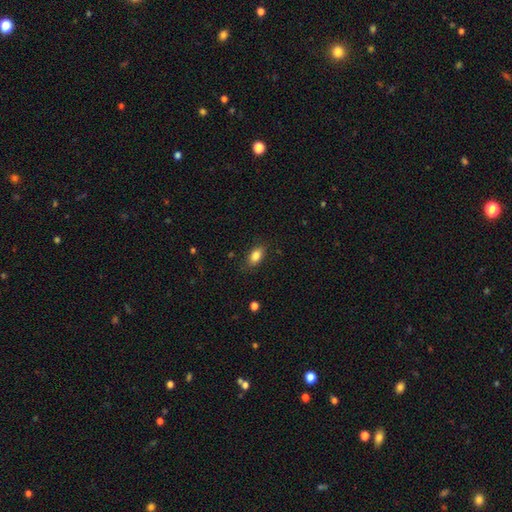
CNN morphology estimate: The model was most divided on "merging": none: 83%, minor disturbance: 13%, major disturbance: 3%, merger: 1%. More confident: how rounded — in between (88%); smooth or featured — smooth (84%).